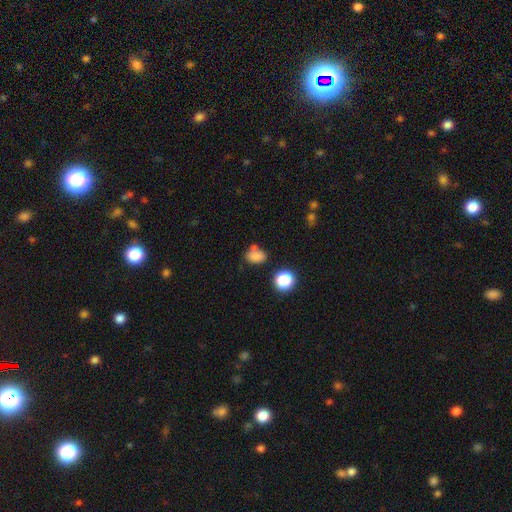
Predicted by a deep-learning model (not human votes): smooth-or-featured: smooth: 80% | star or artifact: 14% | featured or disk: 6%
  how-rounded: in between: 68% | round: 30% | cigar-shaped: 1%
  merging: none: 56% | minor disturbance: 22% | merger: 15% | major disturbance: 7%